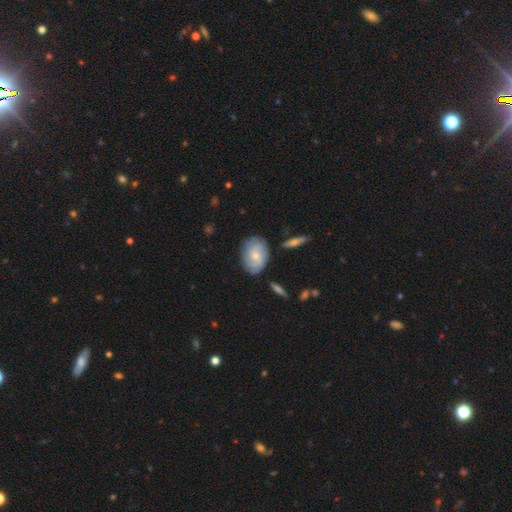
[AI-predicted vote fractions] featured or disk 57%, smooth 36%, star or artifact 7%. Down the decision tree: edge-on disk — no (95%); bar — no (66%); spiral arms — yes (84%); bulge size — small (64%); merging — none (76%).